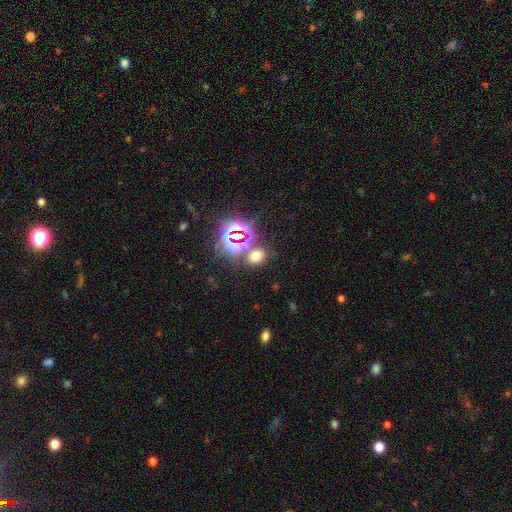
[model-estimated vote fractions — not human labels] A smooth galaxy with no disk features (54%) that is round (52%).

Vote fractions:
- Smooth or featured? smooth: 54% / star or artifact: 38% / featured or disk: 7%
- How rounded? round: 52% / in between: 47% / cigar-shaped: 1%
- Merging? none: 72% / merger: 13% / minor disturbance: 10% / major disturbance: 5%